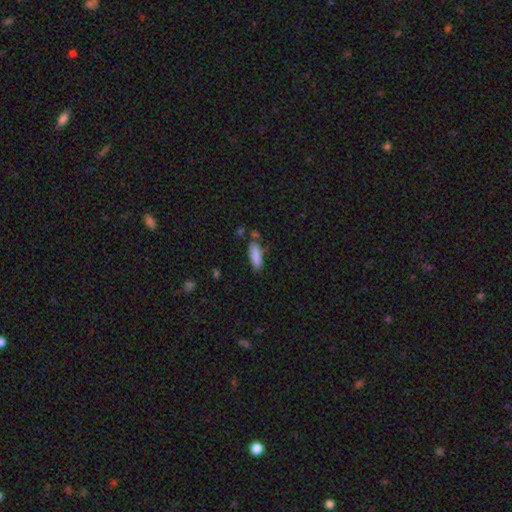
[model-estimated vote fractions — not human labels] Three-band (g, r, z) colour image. It shows a smooth galaxy with no disk features (87%) that is in between round and cigar-shaped (54%). Merging: none (71%).